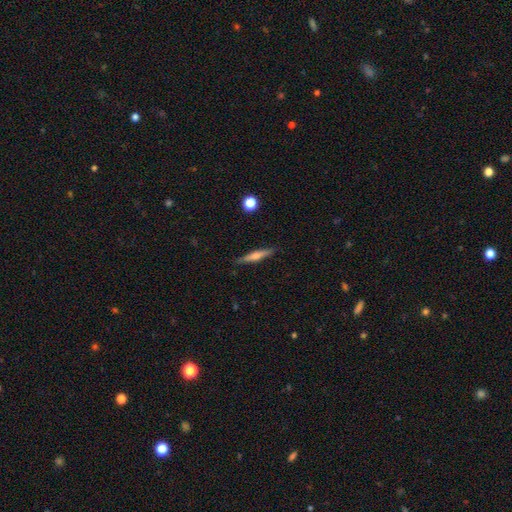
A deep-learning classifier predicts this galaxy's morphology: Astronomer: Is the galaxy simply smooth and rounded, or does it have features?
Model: featured or disk — 60%.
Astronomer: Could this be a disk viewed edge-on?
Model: yes — 97%.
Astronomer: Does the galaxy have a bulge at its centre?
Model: rounded — 78%.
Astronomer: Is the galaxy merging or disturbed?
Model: none — 89%.